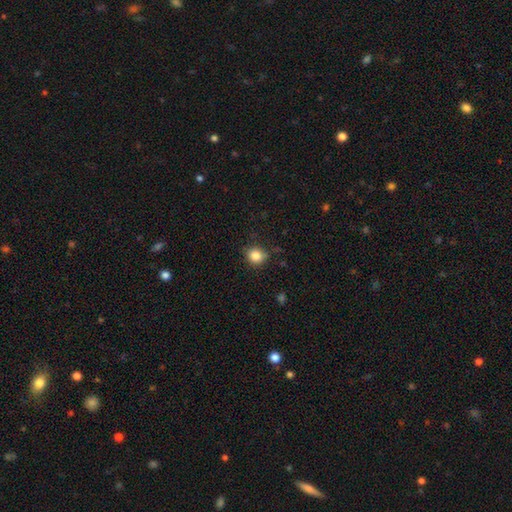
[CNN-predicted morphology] Smooth or featured? Predicted: smooth (p=0.84). How rounded? Predicted: round (p=0.81). Merging? Predicted: none (p=0.80).